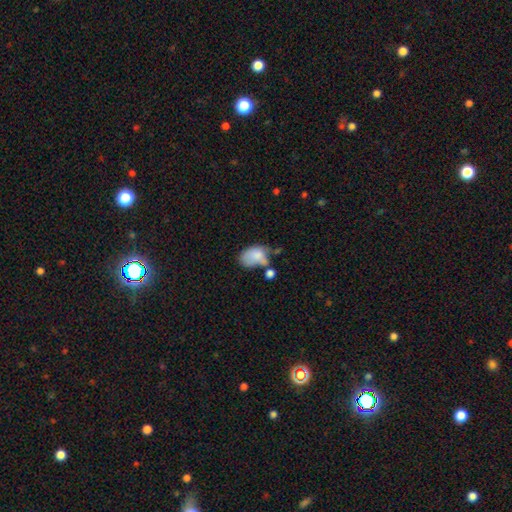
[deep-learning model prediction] smooth 78%, featured or disk 14%, star or artifact 8%. Down the decision tree: how rounded — in between (85%); merging — none (28%).